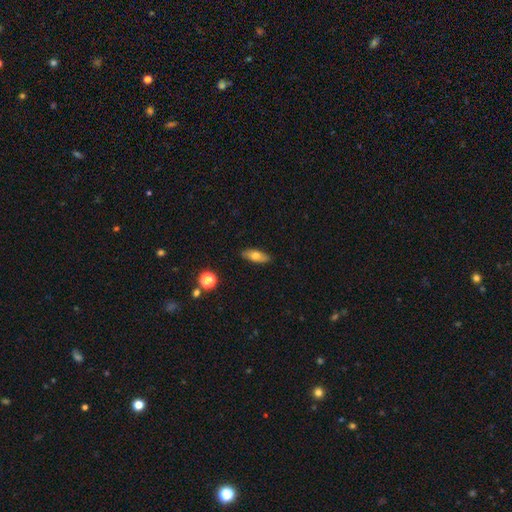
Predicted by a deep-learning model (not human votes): Overall: smooth (65%; featured or disk 27%). How rounded: in between (70%). Merging: none (88%).